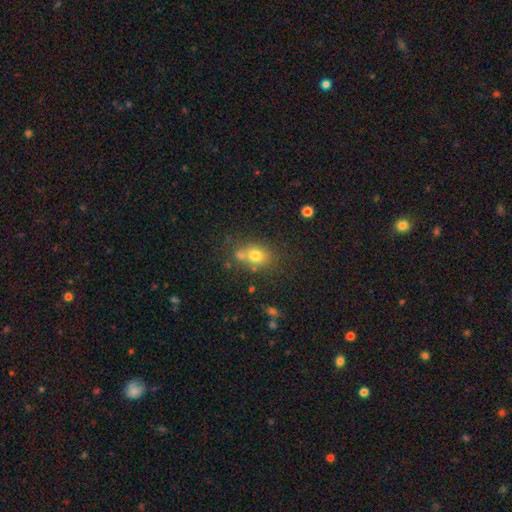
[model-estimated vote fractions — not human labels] smooth-or-featured: smooth: 74% | star or artifact: 13% | featured or disk: 13%
  how-rounded: in between: 52% | round: 46% | cigar-shaped: 1%
  merging: none: 58% | merger: 24% | minor disturbance: 13% | major disturbance: 5%